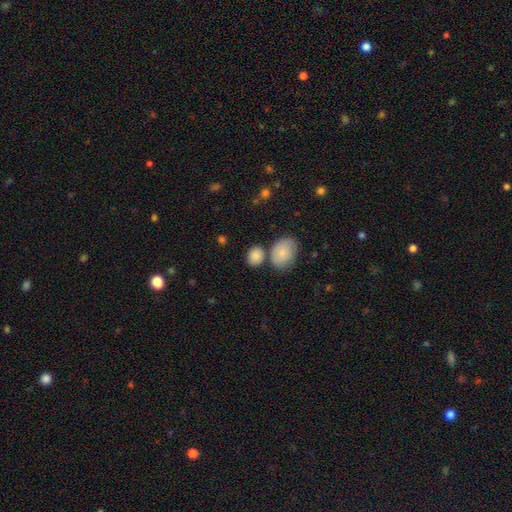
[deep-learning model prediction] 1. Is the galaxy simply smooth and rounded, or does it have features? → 87% smooth, 8% star or artifact, 6% featured or disk.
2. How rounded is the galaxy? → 53% in between, 45% round, 1% cigar-shaped.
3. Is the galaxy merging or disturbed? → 65% none, 18% merger, 12% minor disturbance, 4% major disturbance.